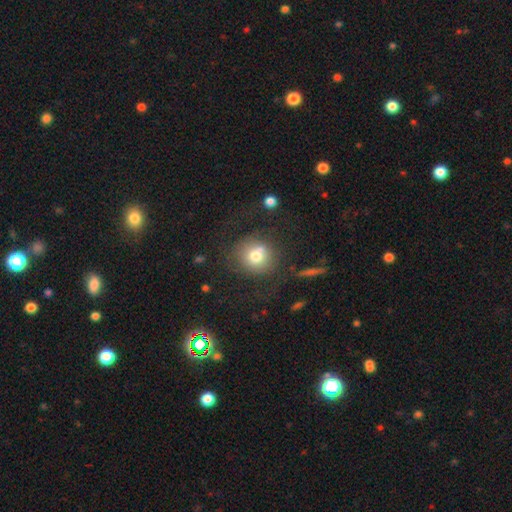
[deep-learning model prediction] Smooth or featured: smooth — 71% (featured or disk — 17%)
How rounded: round — 87% (in between — 12%)
Merging: none — 59% (minor disturbance — 15%)